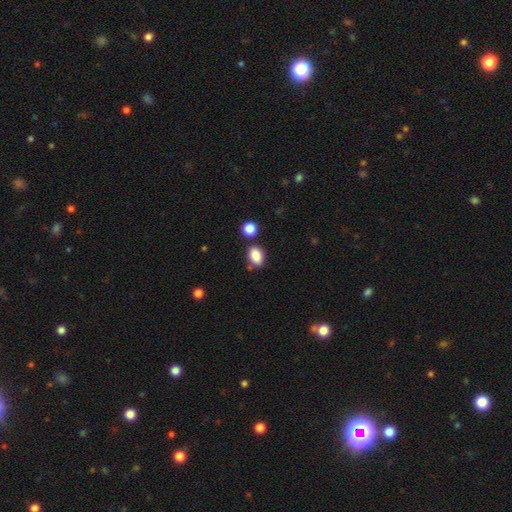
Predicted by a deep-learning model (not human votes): A smooth galaxy with no disk features (86%) that is in between round and cigar-shaped (81%). Merging: none (71%).